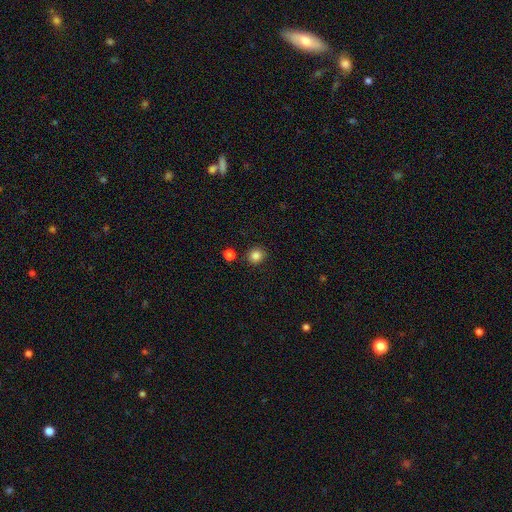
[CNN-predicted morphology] A smooth galaxy with no disk features (85%) that is round (81%).

Vote fractions:
- Smooth or featured? smooth: 85% / star or artifact: 11% / featured or disk: 4%
- How rounded? round: 81% / in between: 18% / cigar-shaped: 1%
- Merging? none: 86% / minor disturbance: 8% / merger: 4% / major disturbance: 2%